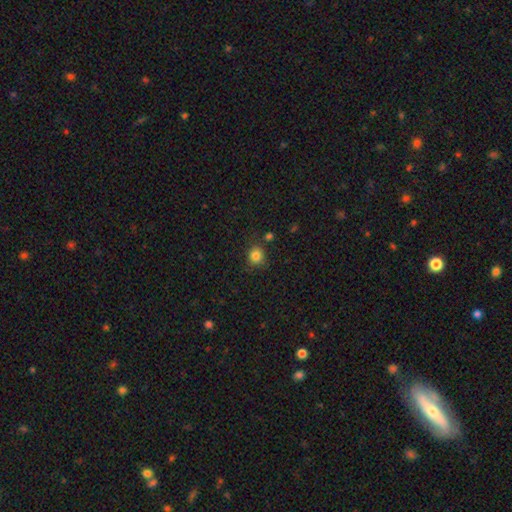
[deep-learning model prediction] The model was most divided on "how rounded": round: 82%, in between: 17%, cigar-shaped: 1%. More confident: smooth or featured — smooth (83%); merging — none (78%).